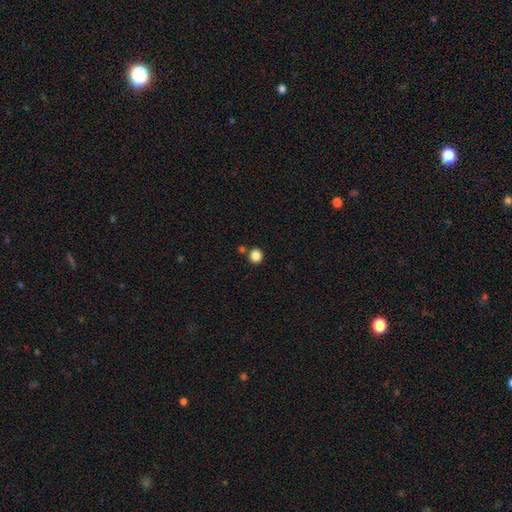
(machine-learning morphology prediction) smooth-or-featured: smooth: 86% | star or artifact: 10% | featured or disk: 3%
  how-rounded: round: 87% | in between: 12% | cigar-shaped: 1%
  merging: none: 82% | merger: 9% | minor disturbance: 7% | major disturbance: 2%